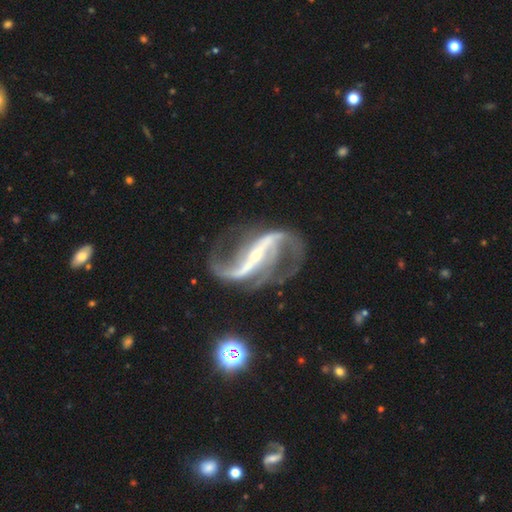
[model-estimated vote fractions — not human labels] This appears to be a featured or disk galaxy (92%) with a strong bar (73%), 2 (89%) loose (68%) spiral arms (98%) and a small central bulge (76%). Merging: none (66%).